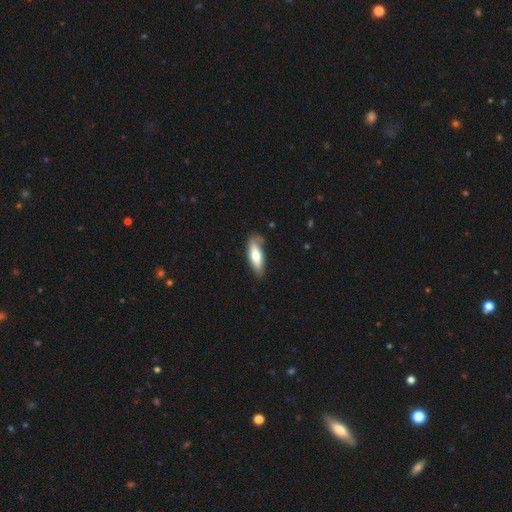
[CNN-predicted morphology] A smooth galaxy with no disk features (65%) that is in between round and cigar-shaped (51%). Merging: none (69%).